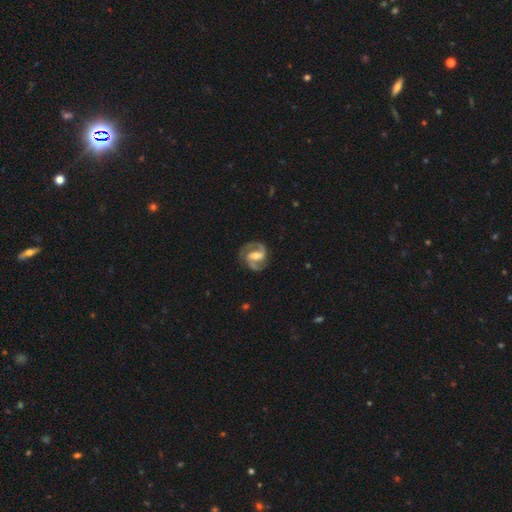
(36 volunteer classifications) This appears to be a featured or disk galaxy (92%) with a weak bar (44%), 2 (94%) medium (50%) spiral arms (100%) and a moderate central bulge (53%). Merging: none (80%).